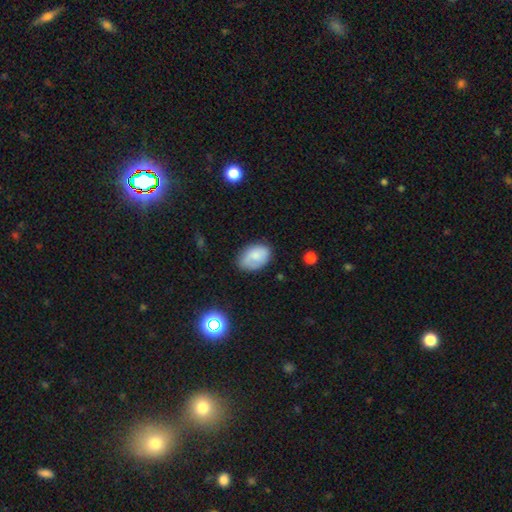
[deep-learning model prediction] Morphology: type=smooth (75%); roundness=in between (87%); merging=none (69%).